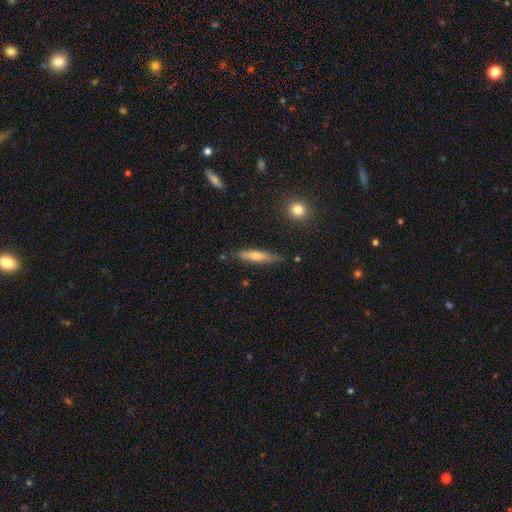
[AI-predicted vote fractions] This appears to be a smooth galaxy with no disk features (55%) that is cigar-shaped (79%). Merging: none (79%).